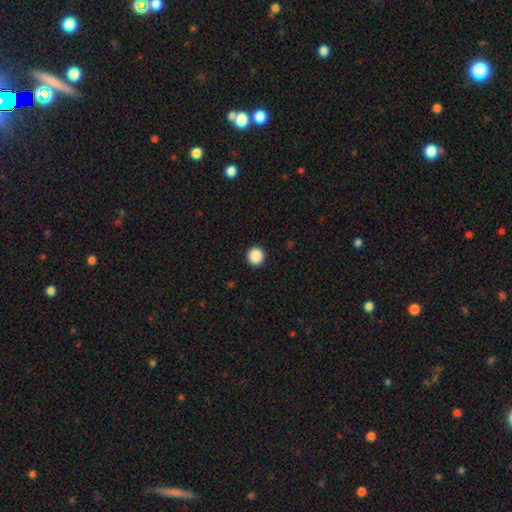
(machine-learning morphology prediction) smooth_or_featured: smooth (p=0.89) [alt: star or artifact p=0.09]
how_rounded: round (p=0.96) [alt: in between p=0.03]
merging: none (p=0.94) [alt: minor disturbance p=0.04]